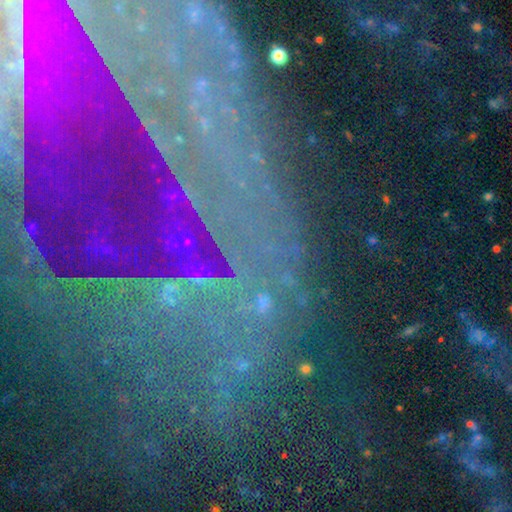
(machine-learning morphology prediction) Smooth or featured?
  - star or artifact: 68% *
  - featured or disk: 21%
  - smooth: 11%